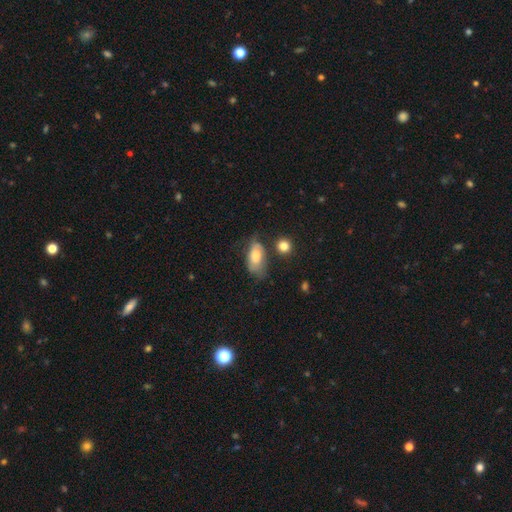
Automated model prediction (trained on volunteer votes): A smooth galaxy with no disk features (66%) that is in between round and cigar-shaped (89%).

Vote fractions:
- Smooth or featured? smooth: 66% / featured or disk: 27% / star or artifact: 8%
- How rounded? in between: 89% / round: 6% / cigar-shaped: 5%
- Merging? none: 42% / minor disturbance: 33% / major disturbance: 18% / merger: 7%